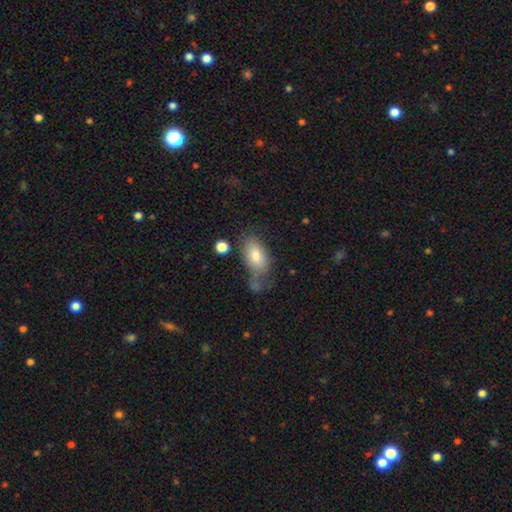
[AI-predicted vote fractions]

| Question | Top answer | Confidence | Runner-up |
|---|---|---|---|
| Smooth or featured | smooth | 76% | featured or disk (16%) |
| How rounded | in between | 91% | round (6%) |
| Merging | none | 48% | minor disturbance (25%) |